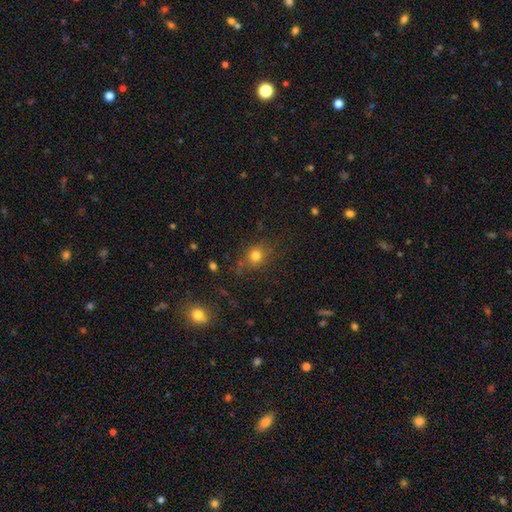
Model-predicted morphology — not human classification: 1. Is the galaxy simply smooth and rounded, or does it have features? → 76% smooth, 16% star or artifact, 8% featured or disk.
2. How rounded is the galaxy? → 77% round, 22% in between, 1% cigar-shaped.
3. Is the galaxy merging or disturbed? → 77% none, 14% minor disturbance, 5% major disturbance, 3% merger.